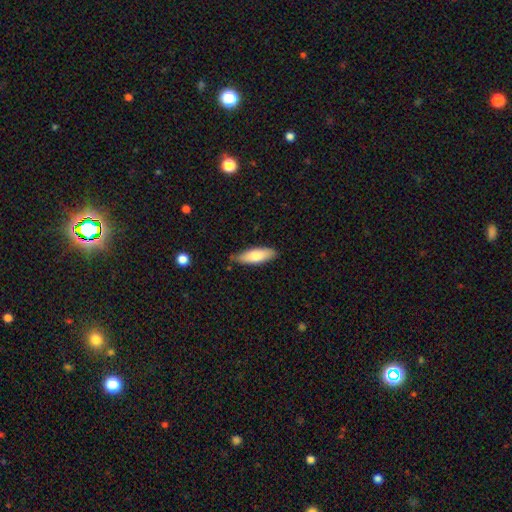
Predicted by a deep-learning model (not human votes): smooth-or-featured: smooth: 73% | featured or disk: 21% | star or artifact: 6%
  how-rounded: in between: 58% | cigar-shaped: 40% | round: 2%
  merging: none: 80% | minor disturbance: 16% | major disturbance: 2% | merger: 2%